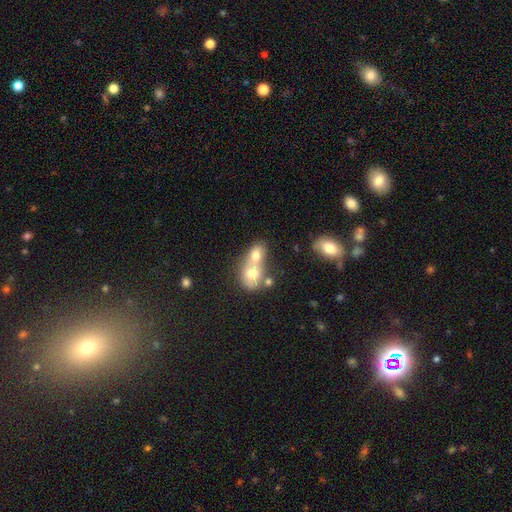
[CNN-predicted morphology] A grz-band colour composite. It shows a smooth galaxy with no disk features (68%) that is in between round and cigar-shaped (52%). Merging: merger (75%).